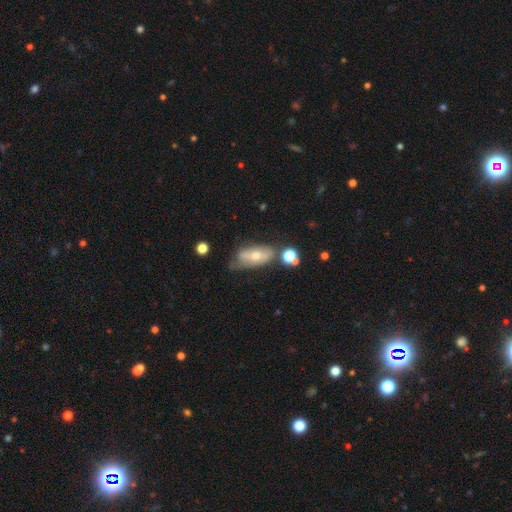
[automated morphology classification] A featured or disk galaxy (46%). Merging: none (44%).